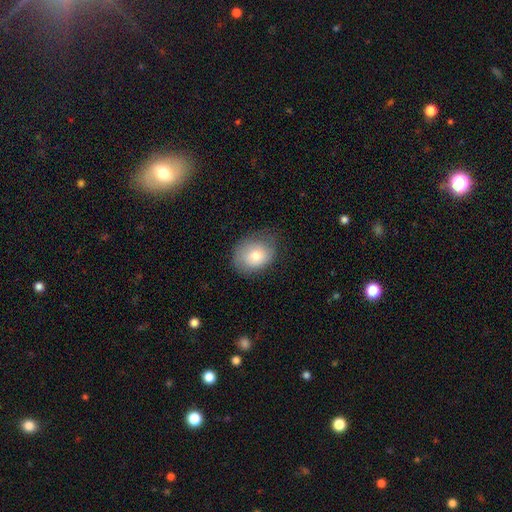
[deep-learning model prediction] Smooth or featured? Predicted: smooth (p=0.74). How rounded? Predicted: in between (p=0.53). Merging? Predicted: none (p=0.67).